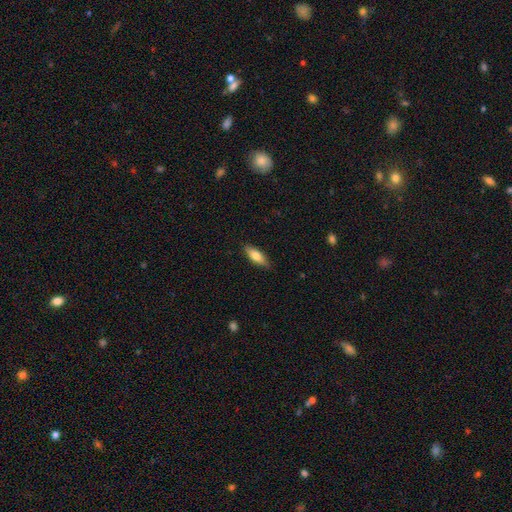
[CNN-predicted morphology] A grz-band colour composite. It shows a smooth galaxy with no disk features (75%) that is in between round and cigar-shaped (63%). Merging: none (85%).